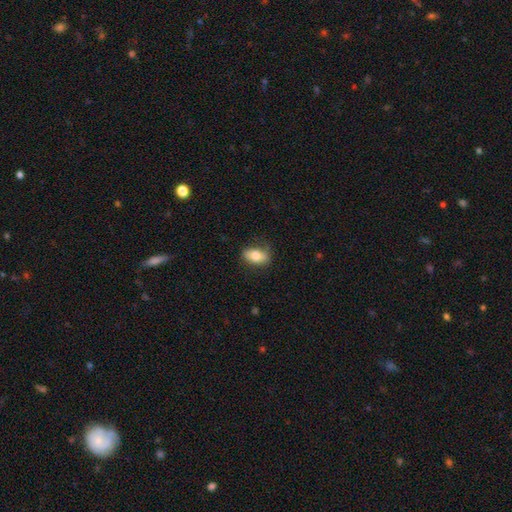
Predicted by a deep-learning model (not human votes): Smooth or featured: smooth — 74% (featured or disk — 19%)
How rounded: in between — 88% (round — 8%)
Merging: none — 73% (minor disturbance — 20%)